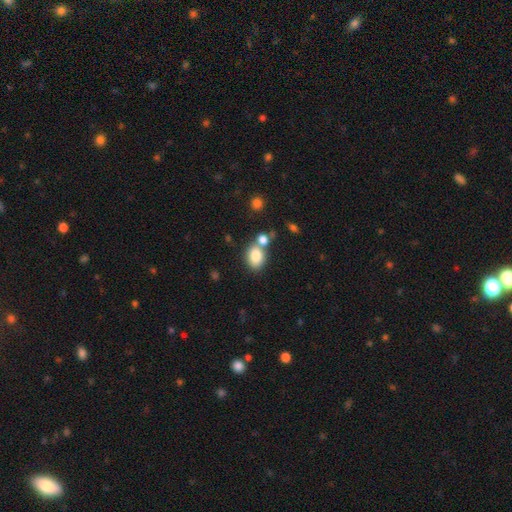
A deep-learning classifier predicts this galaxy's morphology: This is clearly a smooth galaxy (82%). How rounded: likely in between (67%). Merging: possibly none (55%).